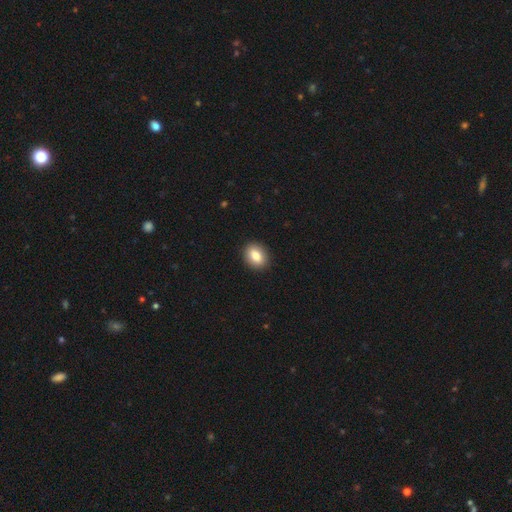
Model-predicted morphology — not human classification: Smooth or featured? Predicted: smooth (p=0.82). How rounded? Predicted: in between (p=0.58). Merging? Predicted: none (p=0.91).